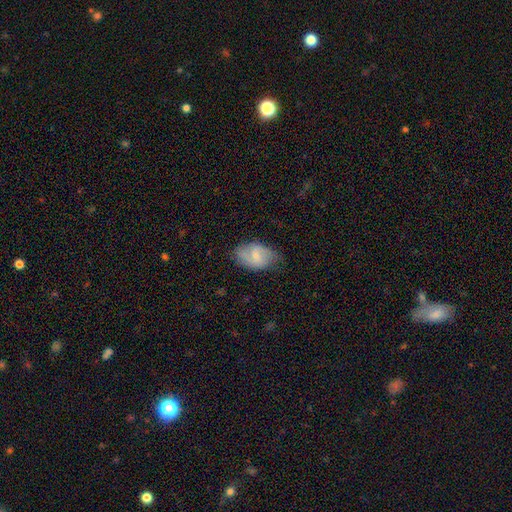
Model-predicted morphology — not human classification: smooth_or_featured: smooth (p=0.57) [alt: featured or disk p=0.36]
how_rounded: in between (p=0.88) [alt: round p=0.11]
merging: none (p=0.66) [alt: minor disturbance p=0.26]